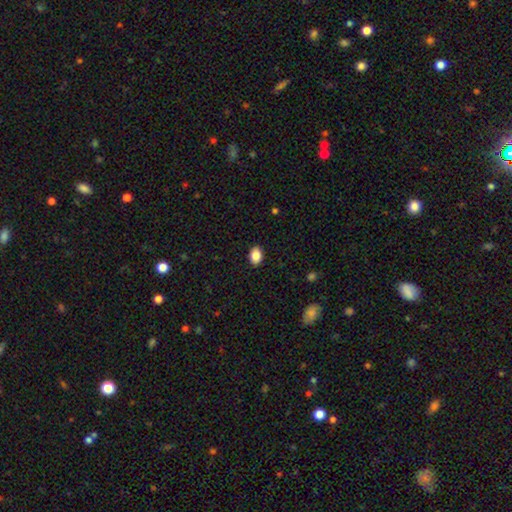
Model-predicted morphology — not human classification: smooth 87%, star or artifact 8%, featured or disk 5%. Down the decision tree: how rounded — in between (76%); merging — none (89%).